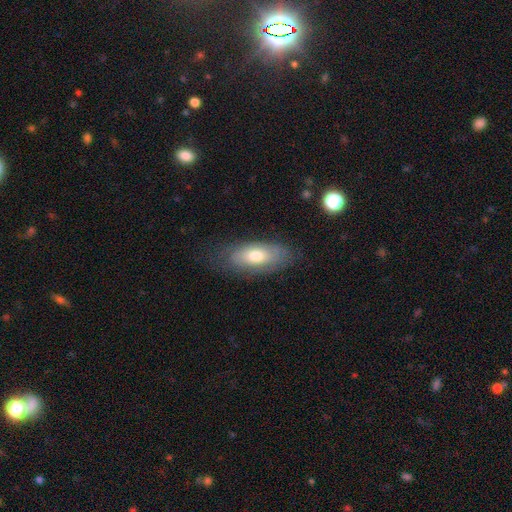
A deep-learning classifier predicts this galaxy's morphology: A smooth galaxy with no disk features (61%) that is in between round and cigar-shaped (84%).

Vote fractions:
- Smooth or featured? smooth: 61% / featured or disk: 32% / star or artifact: 7%
- How rounded? in between: 84% / cigar-shaped: 13% / round: 3%
- Merging? none: 74% / minor disturbance: 19% / major disturbance: 6% / merger: 1%